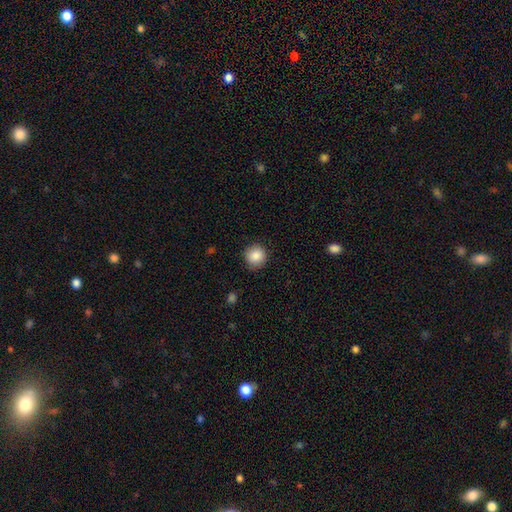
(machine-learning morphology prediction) Smooth or featured? Predicted: smooth (p=0.87). How rounded? Predicted: round (p=0.93). Merging? Predicted: none (p=0.88).